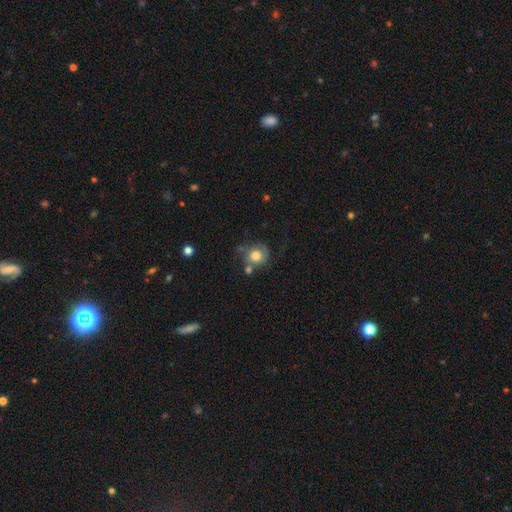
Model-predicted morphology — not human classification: Smooth or featured? Predicted: smooth (p=0.72). How rounded? Predicted: round (p=0.81). Merging? Predicted: none (p=0.52).